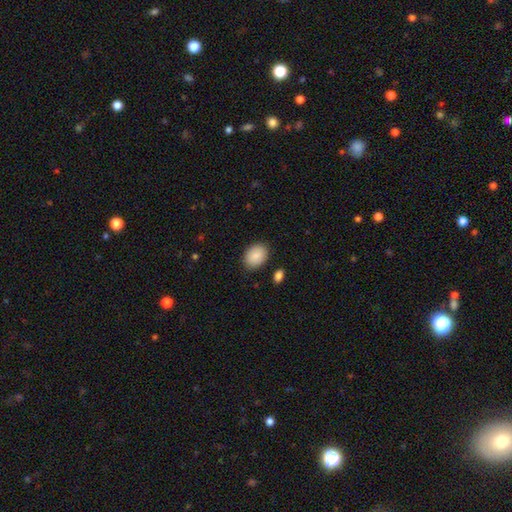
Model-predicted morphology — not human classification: type=smooth (89%); roundness=in between (76%); merging=none (86%).